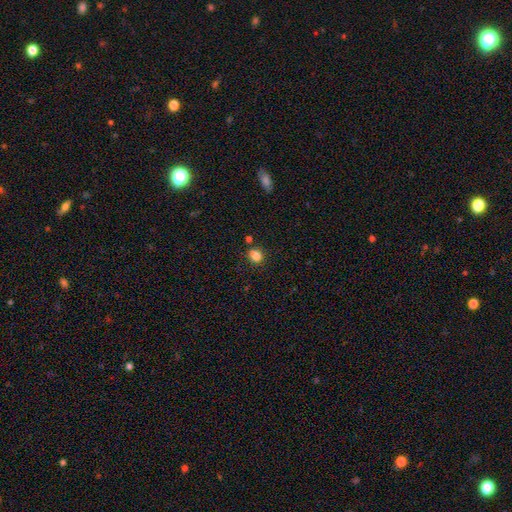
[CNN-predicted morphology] Smooth or featured?
  - smooth: 82% *
  - star or artifact: 12%
  - featured or disk: 6%
How rounded?
  - in between: 56% *
  - round: 42%
  - cigar-shaped: 2%
Merging?
  - none: 67% *
  - minor disturbance: 18%
  - merger: 11%
  - major disturbance: 5%